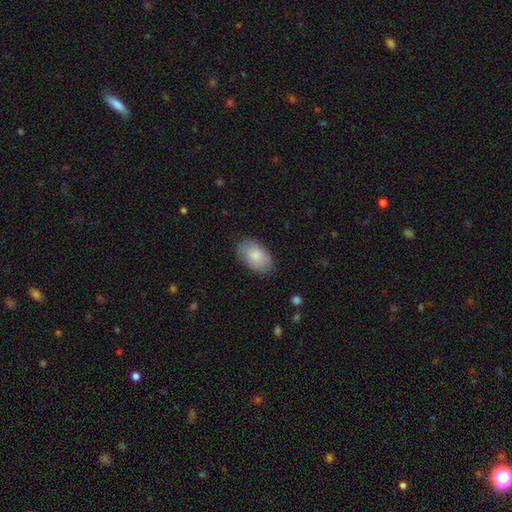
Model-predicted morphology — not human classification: smooth 82%, featured or disk 12%, star or artifact 6%. Down the decision tree: how rounded — in between (93%); merging — none (82%).